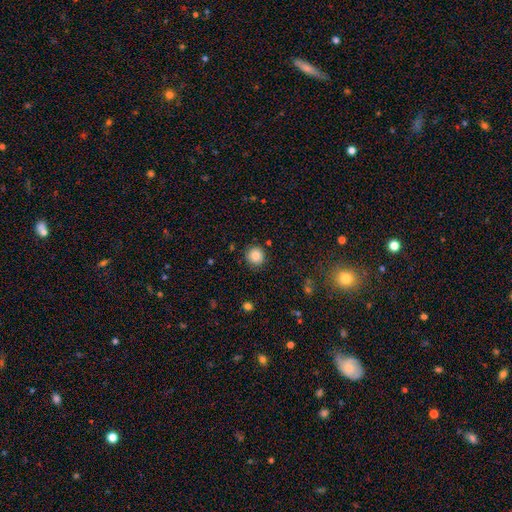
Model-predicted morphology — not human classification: This appears to be a smooth galaxy with no disk features (86%) that is round (92%). Merging: none (88%).